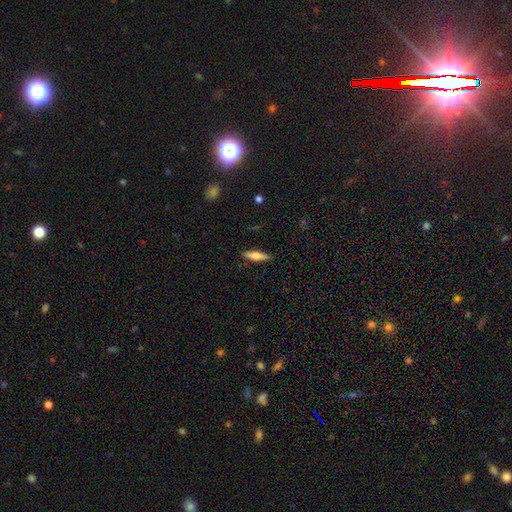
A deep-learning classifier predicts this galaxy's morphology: Smooth or featured? Predicted: smooth (p=0.55). How rounded? Predicted: cigar-shaped (p=0.68). Merging? Predicted: none (p=0.86).